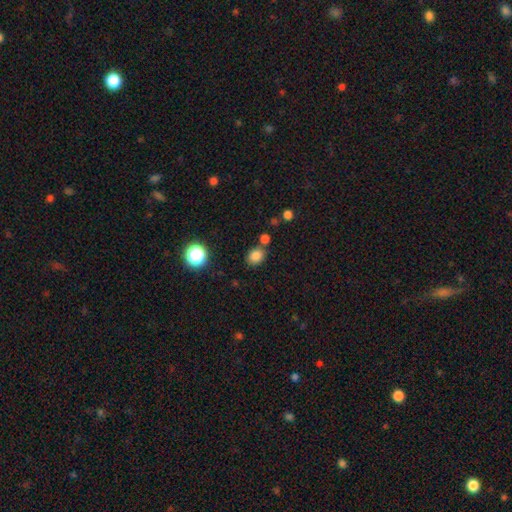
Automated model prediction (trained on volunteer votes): smooth 81%, star or artifact 13%, featured or disk 6%. Down the decision tree: how rounded — round (55%); merging — none (72%).